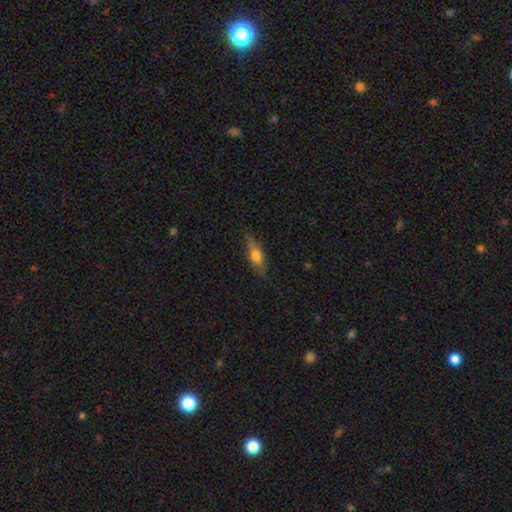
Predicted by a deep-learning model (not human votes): Smooth or featured: smooth — 57% (featured or disk — 36%)
How rounded: cigar-shaped — 52% (in between — 45%)
Merging: none — 83% (minor disturbance — 13%)